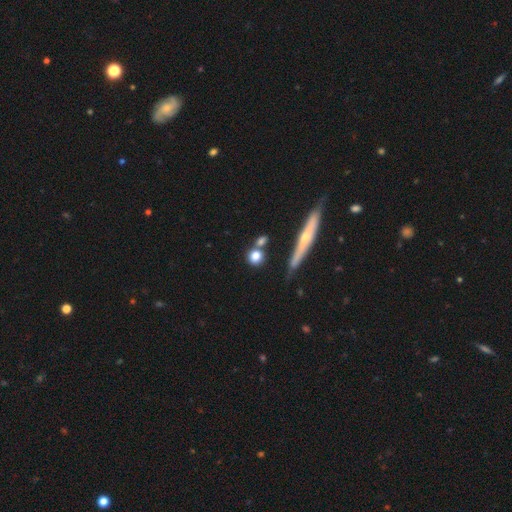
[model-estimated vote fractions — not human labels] Smooth or featured?
  - smooth: 75% *
  - featured or disk: 15%
  - star or artifact: 10%
How rounded?
  - round: 83% *
  - in between: 10%
  - cigar-shaped: 7%
Merging?
  - none: 66% *
  - merger: 19%
  - minor disturbance: 10%
  - major disturbance: 4%